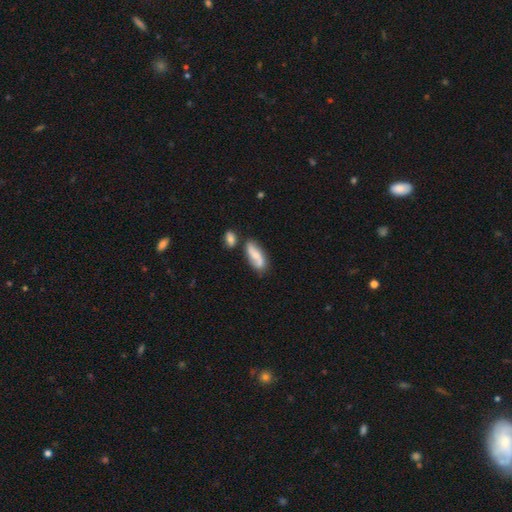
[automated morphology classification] type=smooth (48%); merging=none (58%).